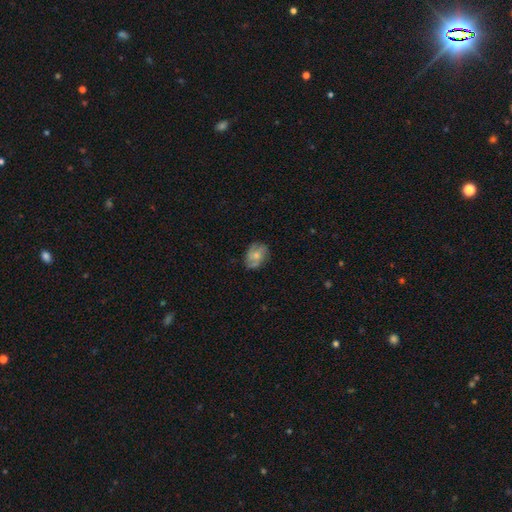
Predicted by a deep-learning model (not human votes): Smooth or featured? featured or disk (50%)
Merging? none (71%)